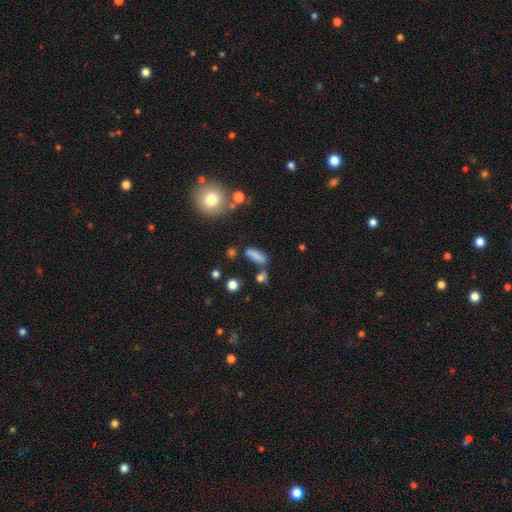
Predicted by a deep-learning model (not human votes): smooth_or_featured: smooth (p=0.77) [alt: star or artifact p=0.12]
how_rounded: cigar-shaped (p=0.48) [alt: in between p=0.46]
merging: none (p=0.59) [alt: minor disturbance p=0.19]